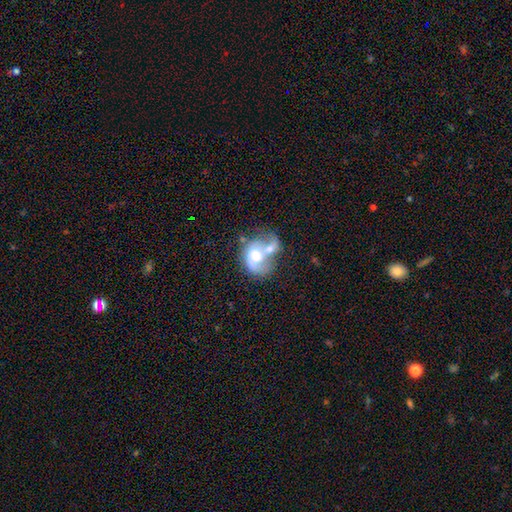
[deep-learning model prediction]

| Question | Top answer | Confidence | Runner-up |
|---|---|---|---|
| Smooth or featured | featured or disk | 61% | smooth (32%) |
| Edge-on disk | no | 97% | yes (3%) |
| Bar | no | 66% | weak (28%) |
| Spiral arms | yes | 70% | no (30%) |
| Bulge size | moderate | 58% | large (20%) |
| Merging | merger | 68% | major disturbance (12%) |